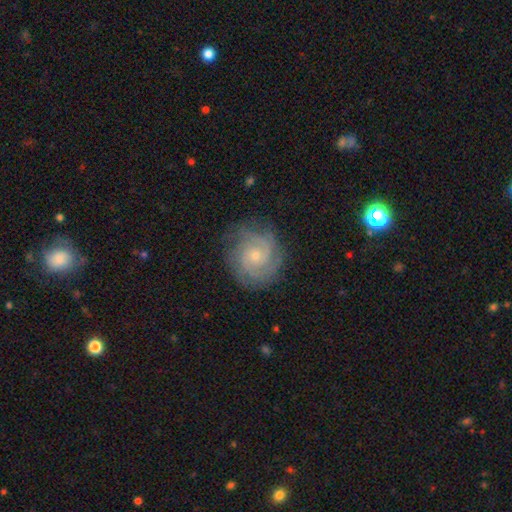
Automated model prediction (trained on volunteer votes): A featured or disk galaxy (85%) with no bar (74%), 2 (35%) tight (65%) spiral arms (97%) and a small central bulge (72%).

Vote fractions:
- Smooth or featured? featured or disk: 85% / smooth: 10% / star or artifact: 6%
- Edge-on disk? no: 98% / yes: 2%
- Bar? no: 74% / weak: 23% / strong: 4%
- Spiral arms? yes: 97% / no: 3%
- Spiral winding? tight: 65% / medium: 30% / loose: 5%
- Spiral arm count? 2: 35% / 3: 28% / can't tell: 17% / 4: 9% / 1: 5% / more than 4: 5%
- Bulge size? small: 72% / moderate: 25% / none: 2% / large: 1% / dominant: 1%
- Merging? none: 80% / minor disturbance: 14% / major disturbance: 5% / merger: 1%